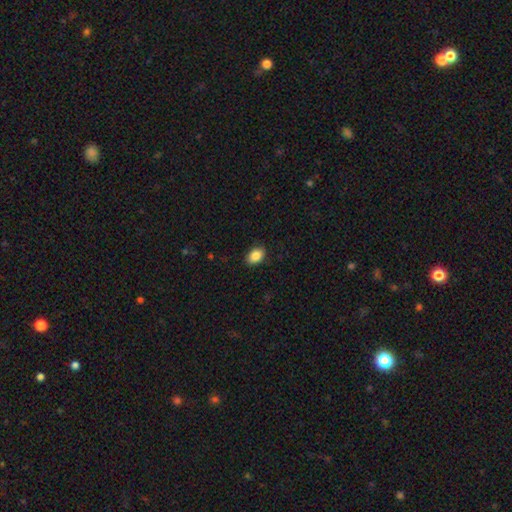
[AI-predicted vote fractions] Smooth or featured: smooth — 88% (star or artifact — 8%)
How rounded: in between — 85% (round — 14%)
Merging: none — 88% (minor disturbance — 9%)